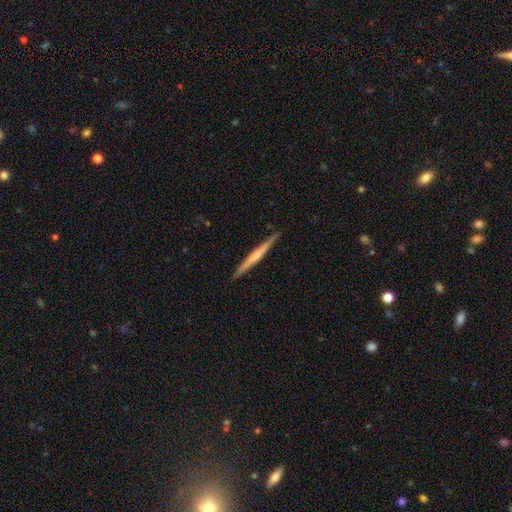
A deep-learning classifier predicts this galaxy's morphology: smooth_or_featured: featured or disk (p=0.55) [alt: smooth p=0.40]
disk_edge_on: yes (p=0.98) [alt: no p=0.02]
edge_on_bulge: none (p=0.57) [alt: rounded p=0.33]
merging: none (p=0.91) [alt: minor disturbance p=0.07]